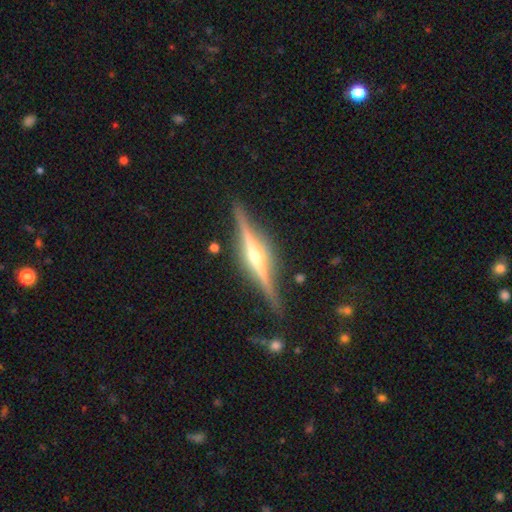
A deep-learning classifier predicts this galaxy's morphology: A featured or disk galaxy (86%) viewed edge-on (98%) with a rounded central bulge (87%).

Vote fractions:
- Smooth or featured? featured or disk: 86% / smooth: 9% / star or artifact: 5%
- Edge-on disk? yes: 98% / no: 2%
- Edge-on bulge? rounded: 87% / none: 7% / boxy: 6%
- Merging? none: 87% / minor disturbance: 9% / major disturbance: 2% / merger: 2%